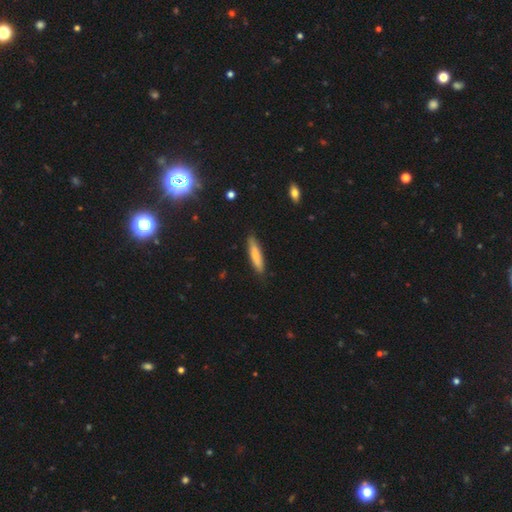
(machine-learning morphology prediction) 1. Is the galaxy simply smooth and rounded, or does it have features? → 74% smooth, 20% featured or disk, 5% star or artifact.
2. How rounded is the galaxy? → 82% cigar-shaped, 17% in between, 1% round.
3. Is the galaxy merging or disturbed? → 87% none, 11% minor disturbance, 2% major disturbance, 1% merger.